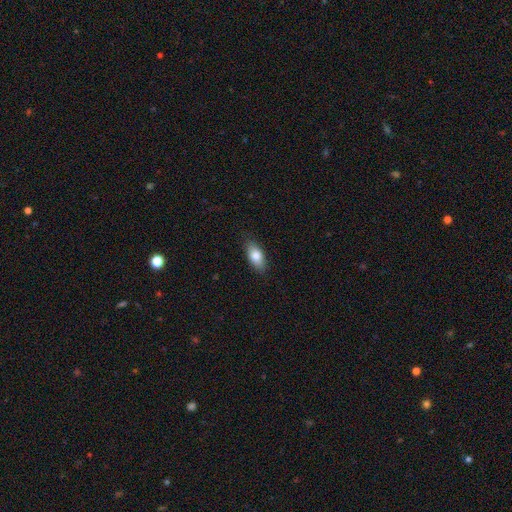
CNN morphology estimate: This appears to be a smooth galaxy with no disk features (81%) that is in between round and cigar-shaped (86%). Merging: none (85%).